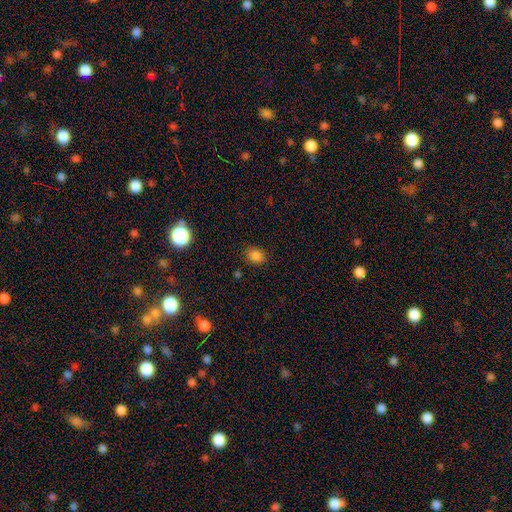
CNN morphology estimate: The model was most divided on "how rounded": in between: 54%, round: 45%, cigar-shaped: 1%. More confident: merging — none (84%); smooth or featured — smooth (81%).